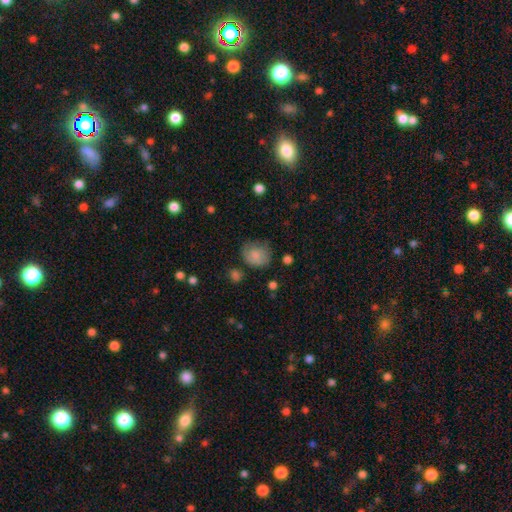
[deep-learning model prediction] Smooth or featured: smooth — 80% (featured or disk — 12%)
How rounded: round — 69% (in between — 30%)
Merging: none — 59% (minor disturbance — 28%)